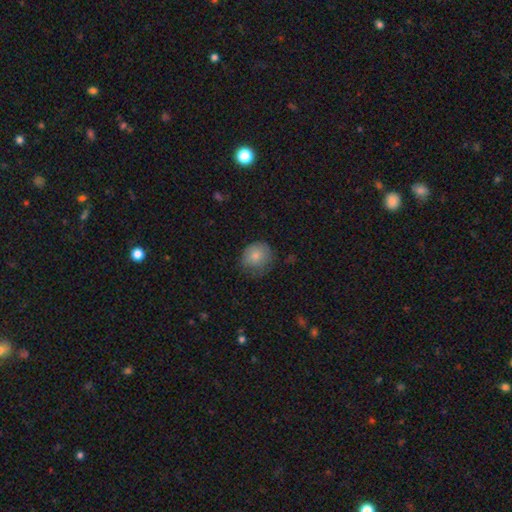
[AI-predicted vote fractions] Smooth or featured? smooth (81%)
How rounded? round (76%)
Merging? none (60%)